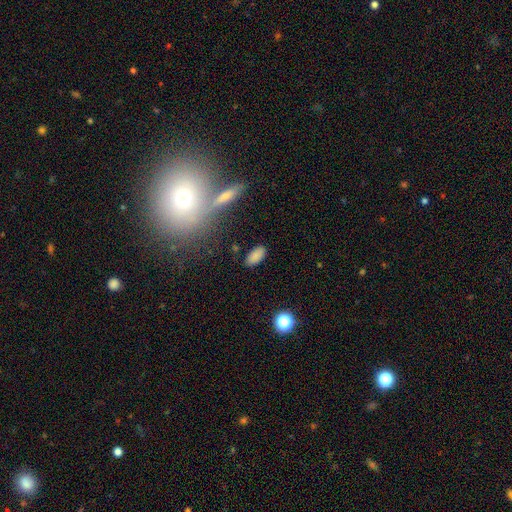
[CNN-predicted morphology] type=smooth (85%); roundness=in between (92%); merging=none (85%).